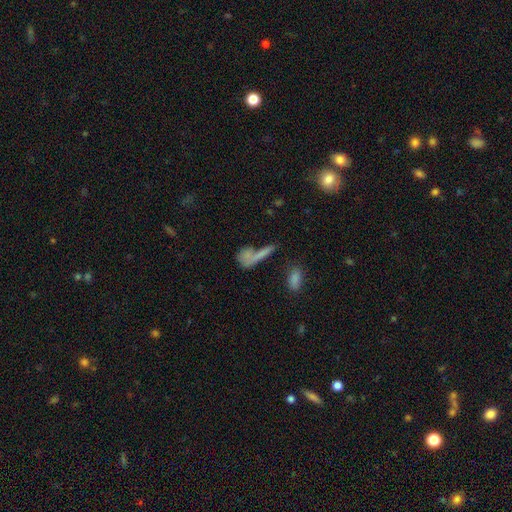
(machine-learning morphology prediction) Smooth or featured? smooth (62%)
How rounded? cigar-shaped (46%)
Merging? none (42%)